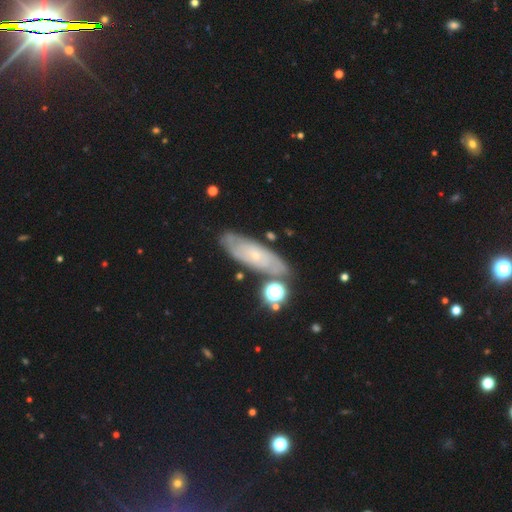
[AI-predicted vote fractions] smooth-or-featured: featured or disk: 63% | smooth: 28% | star or artifact: 9%
  disk-edge-on: no: 80% | yes: 20%
    bar: no: 83% | weak: 14% | strong: 3%
    has-spiral-arms: yes: 72% | no: 28%
    bulge-size: small: 83% | moderate: 12% | none: 2% | large: 1% | dominant: 1%
  merging: none: 77% | minor disturbance: 14% | merger: 5% | major disturbance: 4%